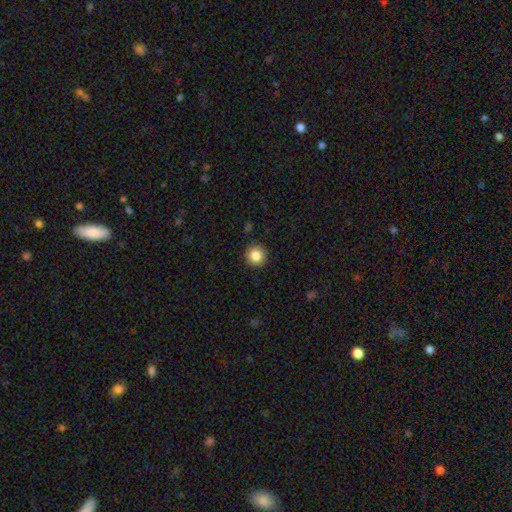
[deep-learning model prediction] A smooth galaxy with no disk features (84%) that is round (94%).

Vote fractions:
- Smooth or featured? smooth: 84% / star or artifact: 10% / featured or disk: 6%
- How rounded? round: 94% / in between: 5% / cigar-shaped: 1%
- Merging? none: 91% / minor disturbance: 6% / major disturbance: 2% / merger: 1%